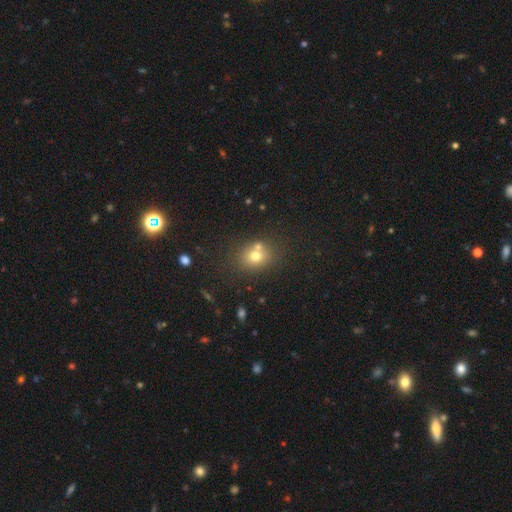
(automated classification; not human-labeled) This appears to be a smooth galaxy with no disk features (70%) that is round (61%). Merging: none (62%).